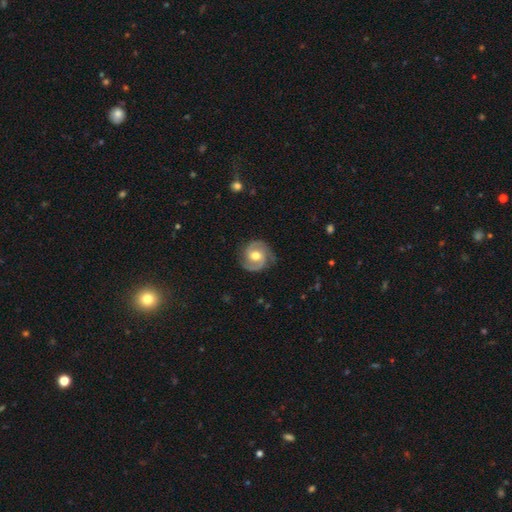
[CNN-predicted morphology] Smooth or featured? Predicted: featured or disk (p=0.87). Edge-on disk? Predicted: no (p=0.98). Bar? Predicted: no (p=0.45). Spiral arms? Predicted: yes (p=0.97). Spiral winding? Predicted: medium (p=0.50). Spiral arm count? Predicted: 2 (p=0.92). Bulge size? Predicted: moderate (p=0.77). Merging? Predicted: none (p=0.82).